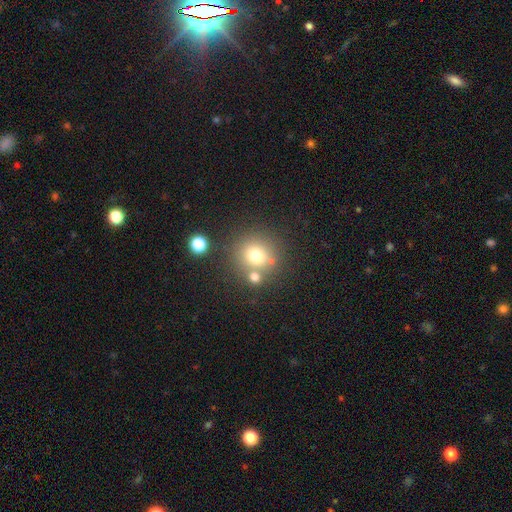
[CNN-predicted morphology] A smooth galaxy with no disk features (72%) that is round (90%).

Vote fractions:
- Smooth or featured? smooth: 72% / star or artifact: 16% / featured or disk: 12%
- How rounded? round: 90% / in between: 9% / cigar-shaped: 1%
- Merging? none: 69% / merger: 18% / minor disturbance: 9% / major disturbance: 4%